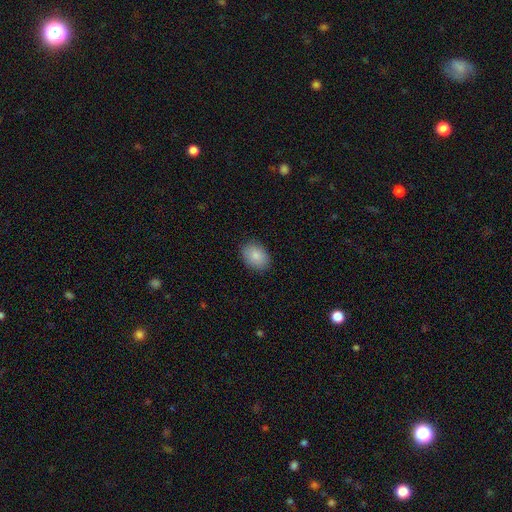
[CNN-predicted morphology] A smooth galaxy with no disk features (86%) that is in between round and cigar-shaped (74%). Merging: none (87%).